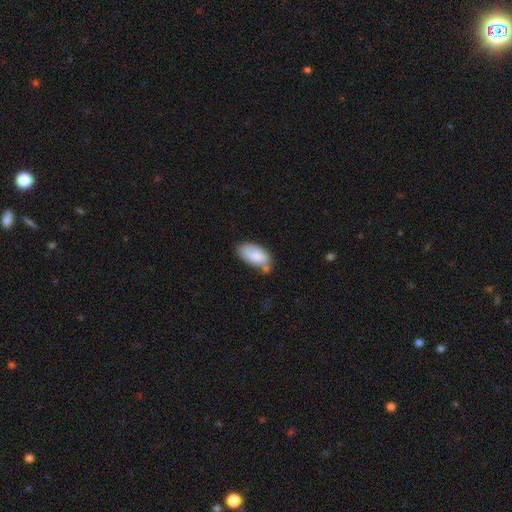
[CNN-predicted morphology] Smooth or featured? smooth (80%)
How rounded? in between (93%)
Merging? none (57%)